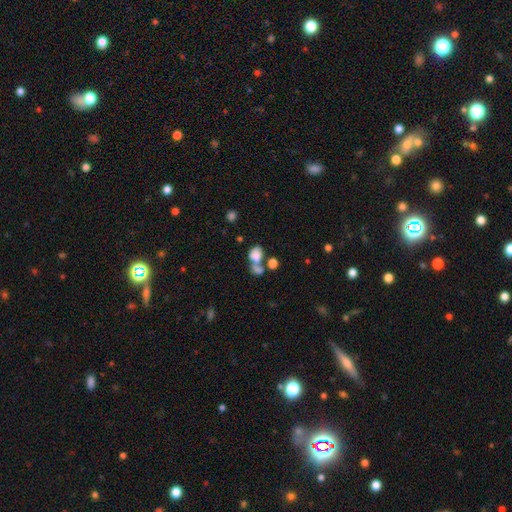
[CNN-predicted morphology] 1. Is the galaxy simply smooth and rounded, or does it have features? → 75% smooth, 14% featured or disk, 12% star or artifact.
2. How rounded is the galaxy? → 59% in between, 39% round, 2% cigar-shaped.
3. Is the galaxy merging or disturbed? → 57% merger, 23% none, 10% major disturbance, 10% minor disturbance.